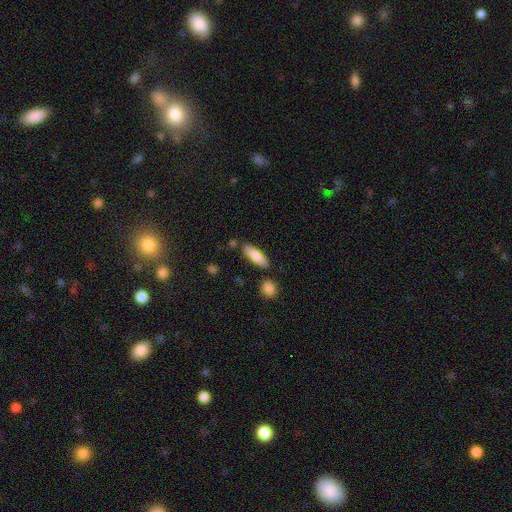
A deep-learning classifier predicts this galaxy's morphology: Smooth or featured? smooth (82%)
How rounded? in between (56%)
Merging? none (81%)